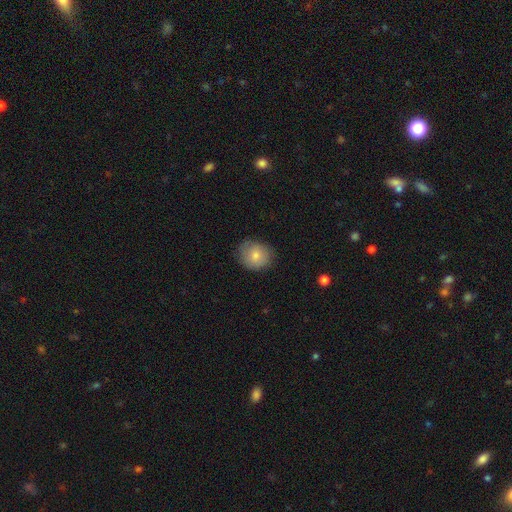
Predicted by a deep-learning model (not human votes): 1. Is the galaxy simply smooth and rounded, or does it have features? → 79% smooth, 13% featured or disk, 8% star or artifact.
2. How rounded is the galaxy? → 73% round, 27% in between, 1% cigar-shaped.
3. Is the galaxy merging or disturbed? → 78% none, 17% minor disturbance, 4% major disturbance, 1% merger.